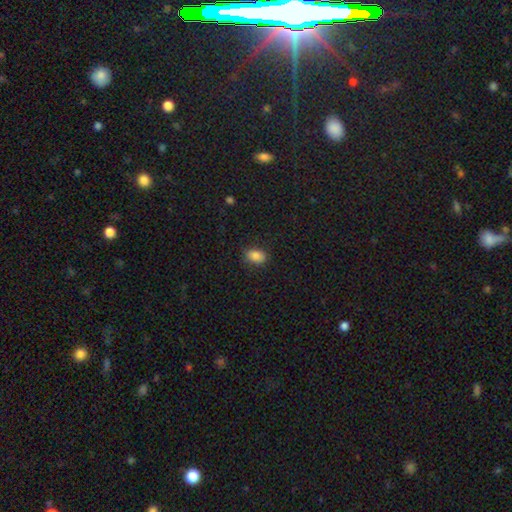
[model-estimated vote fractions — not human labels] A smooth galaxy with no disk features (86%) that is in between round and cigar-shaped (85%).

Vote fractions:
- Smooth or featured? smooth: 86% / star or artifact: 9% / featured or disk: 5%
- How rounded? in between: 85% / round: 13% / cigar-shaped: 2%
- Merging? none: 85% / minor disturbance: 12% / major disturbance: 3% / merger: 1%